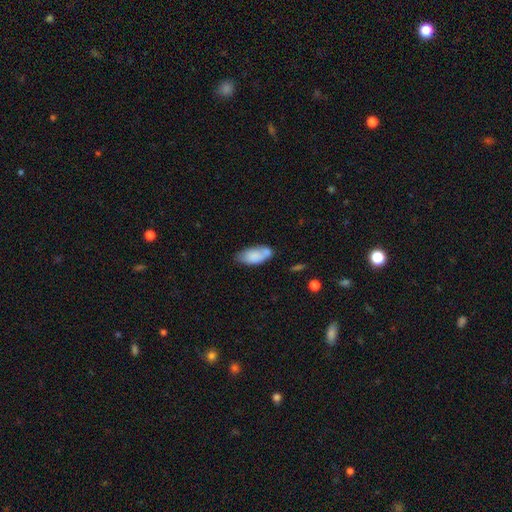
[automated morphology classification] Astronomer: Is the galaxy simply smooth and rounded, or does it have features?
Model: smooth — 79%.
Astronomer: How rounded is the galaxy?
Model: in between — 90%.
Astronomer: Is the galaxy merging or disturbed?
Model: none — 48% (runner-up: minor disturbance, 25%).